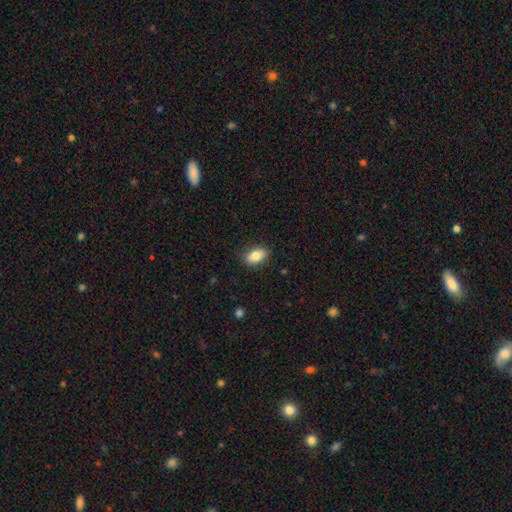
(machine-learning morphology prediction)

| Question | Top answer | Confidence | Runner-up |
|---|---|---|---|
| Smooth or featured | smooth | 80% | featured or disk (12%) |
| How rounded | in between | 87% | round (10%) |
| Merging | none | 85% | minor disturbance (11%) |